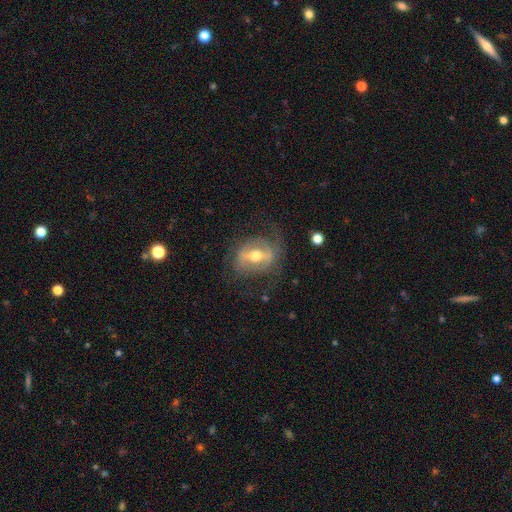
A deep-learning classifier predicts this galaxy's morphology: Smooth or featured?
  - featured or disk: 76% *
  - smooth: 18%
  - star or artifact: 7%
Edge-on disk?
  - no: 90% *
  - yes: 10%
Bar?
  - strong: 56% *
  - weak: 31%
  - no: 13%
Spiral arms?
  - yes: 64% *
  - no: 36%
Bulge size?
  - moderate: 74% *
  - small: 17%
  - large: 7%
  - dominant: 1%
  - none: 1%
Merging?
  - none: 64% *
  - minor disturbance: 19%
  - major disturbance: 15%
  - merger: 2%